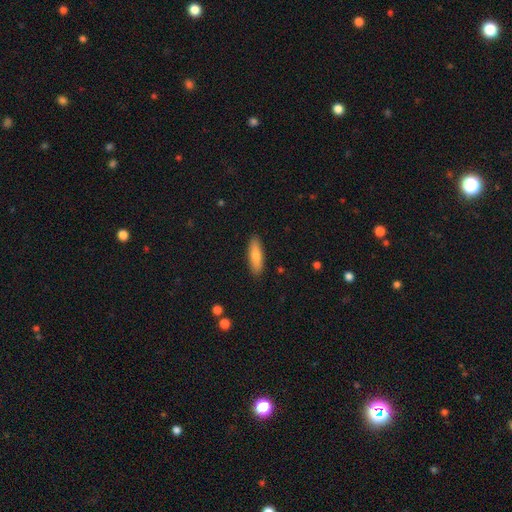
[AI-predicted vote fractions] Smooth or featured: smooth — 76% (featured or disk — 18%)
How rounded: cigar-shaped — 57% (in between — 41%)
Merging: none — 89% (minor disturbance — 8%)